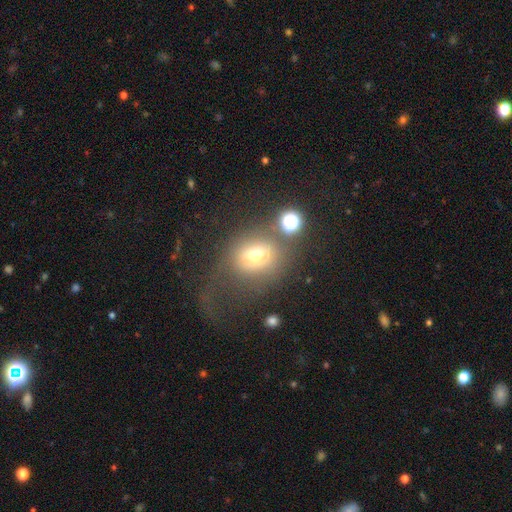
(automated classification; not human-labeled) Smooth or featured?
  - smooth: 60% *
  - featured or disk: 24%
  - star or artifact: 16%
How rounded?
  - round: 60% *
  - in between: 38%
  - cigar-shaped: 2%
Merging?
  - none: 40% *
  - major disturbance: 31%
  - minor disturbance: 17%
  - merger: 12%